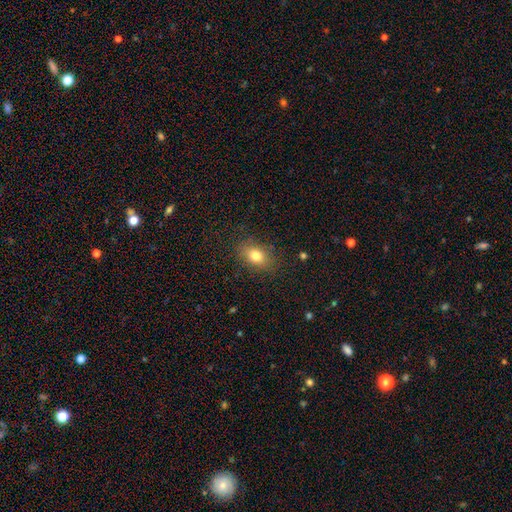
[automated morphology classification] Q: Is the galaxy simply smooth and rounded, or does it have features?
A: smooth — 80%.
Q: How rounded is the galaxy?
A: in between — 79%.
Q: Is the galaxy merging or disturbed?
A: none — 84%.